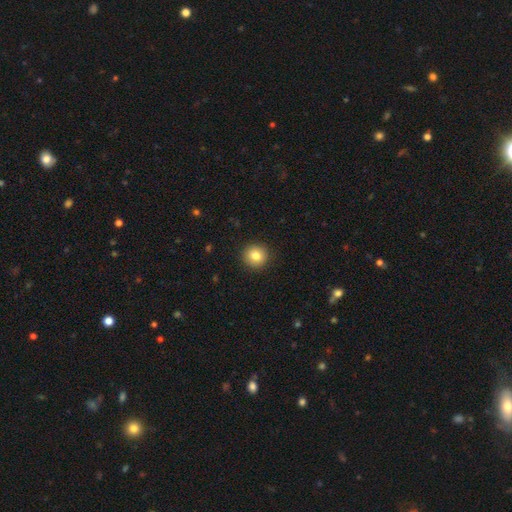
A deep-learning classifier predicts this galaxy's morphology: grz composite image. It shows a smooth galaxy with no disk features (83%) that is round (92%). Merging: none (91%).